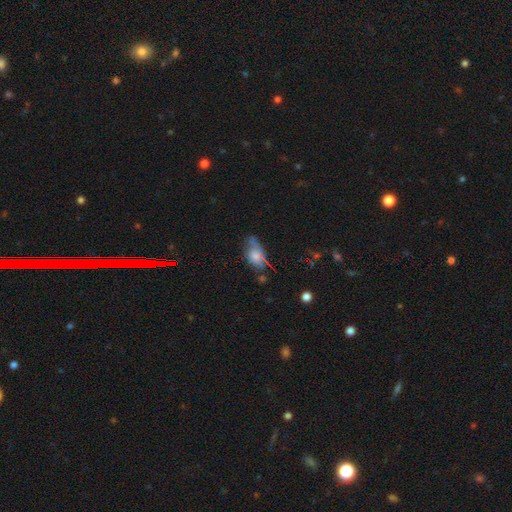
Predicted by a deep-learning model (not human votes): Q: Smooth or featured?
A: smooth (57%); runner-up: featured or disk (29%)
Q: How rounded?
A: in between (85%); runner-up: cigar-shaped (8%)
Q: Merging?
A: none (47%); runner-up: minor disturbance (30%)